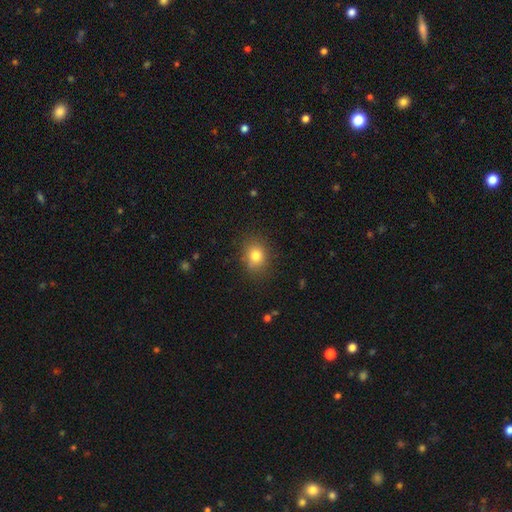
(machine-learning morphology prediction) Q: Smooth or featured?
A: smooth (80%); runner-up: star or artifact (12%)
Q: How rounded?
A: round (55%); runner-up: in between (44%)
Q: Merging?
A: none (83%); runner-up: minor disturbance (12%)